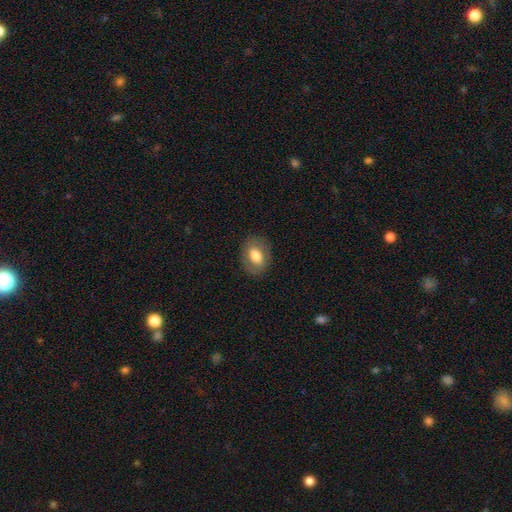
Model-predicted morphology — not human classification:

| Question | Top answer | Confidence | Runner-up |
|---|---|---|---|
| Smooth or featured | smooth | 69% | featured or disk (24%) |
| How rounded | in between | 75% | round (24%) |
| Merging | none | 83% | minor disturbance (12%) |